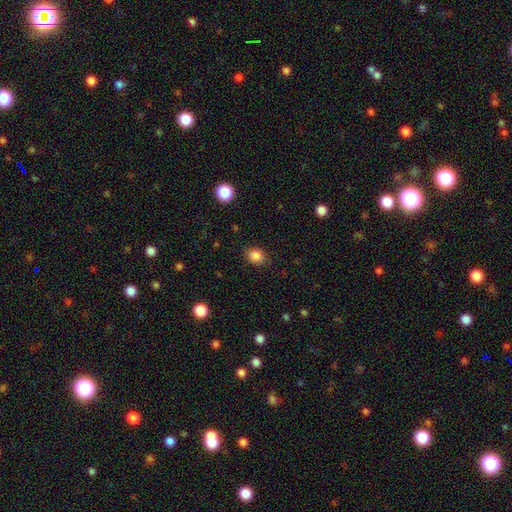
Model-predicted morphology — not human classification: A smooth galaxy with no disk features (86%) that is in between round and cigar-shaped (53%). Merging: none (84%).